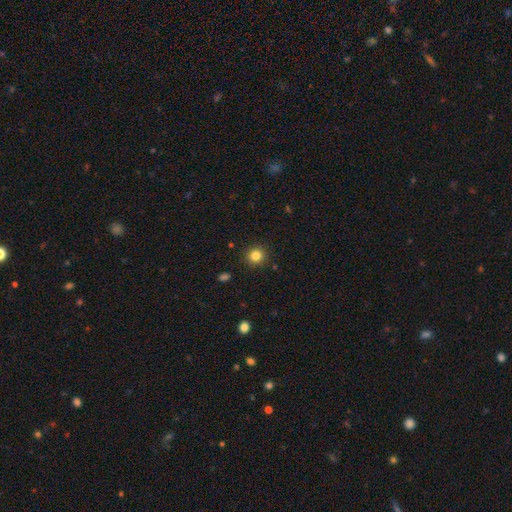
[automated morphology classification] smooth-or-featured: smooth: 83% | star or artifact: 12% | featured or disk: 5%
  how-rounded: round: 92% | in between: 7% | cigar-shaped: 1%
  merging: none: 91% | minor disturbance: 6% | major disturbance: 2% | merger: 1%